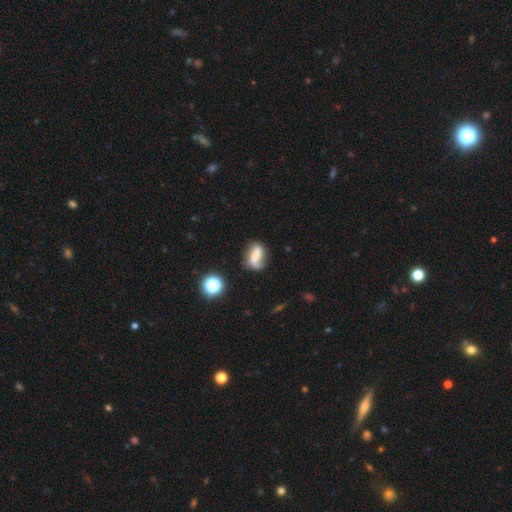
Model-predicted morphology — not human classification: smooth_or_featured: smooth (p=0.47) [alt: featured or disk p=0.41]
merging: none (p=0.54) [alt: minor disturbance p=0.25]